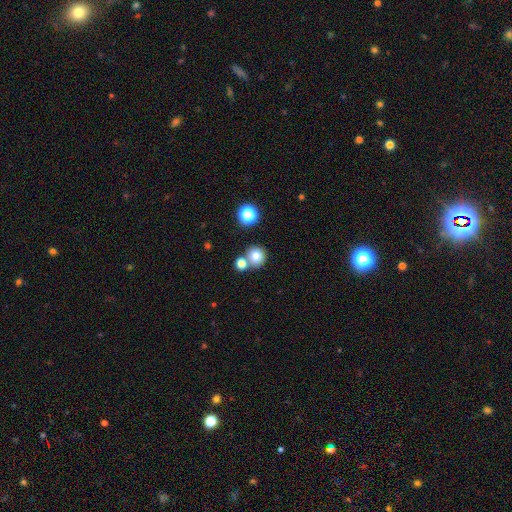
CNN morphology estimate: Q: Smooth or featured?
A: smooth (80%); runner-up: star or artifact (12%)
Q: How rounded?
A: round (89%); runner-up: in between (10%)
Q: Merging?
A: none (60%); runner-up: merger (28%)